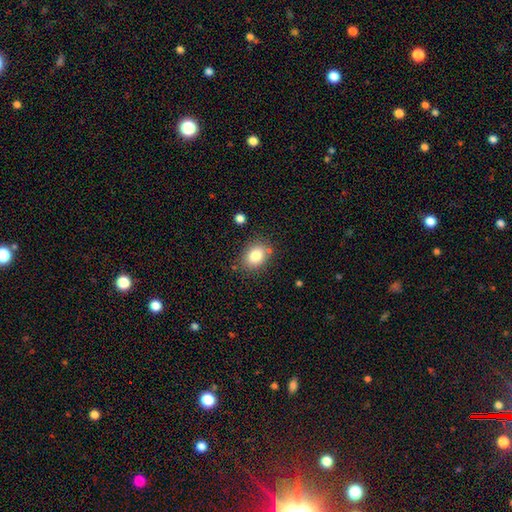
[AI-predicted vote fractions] This is clearly a smooth galaxy (82%). How rounded: likely in between (62%). Merging: likely none (79%).